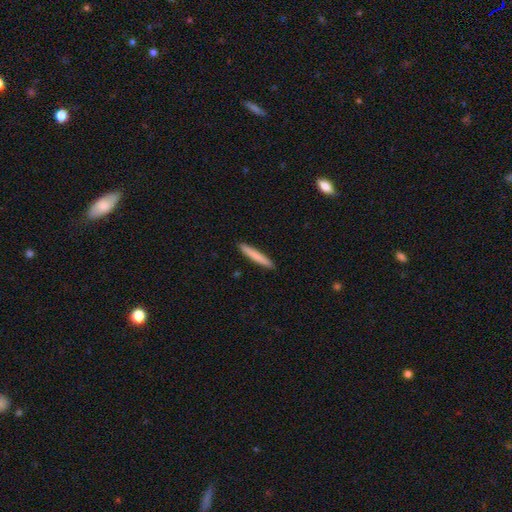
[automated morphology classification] smooth 80%, featured or disk 15%, star or artifact 5%. Down the decision tree: how rounded — cigar-shaped (96%); merging — none (92%).